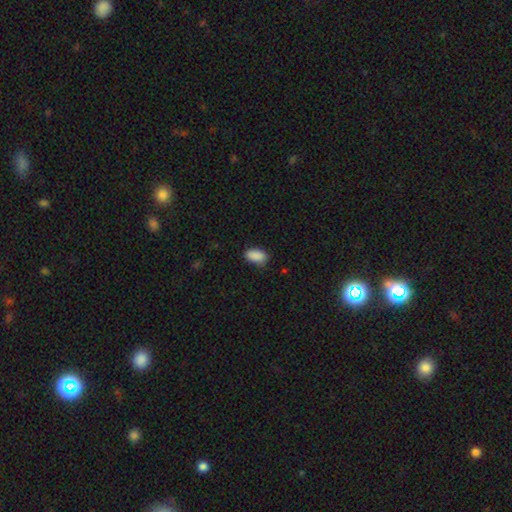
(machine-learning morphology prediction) smooth_or_featured: smooth (p=0.89) [alt: star or artifact p=0.08]
how_rounded: in between (p=0.93) [alt: round p=0.04]
merging: none (p=0.79) [alt: minor disturbance p=0.17]